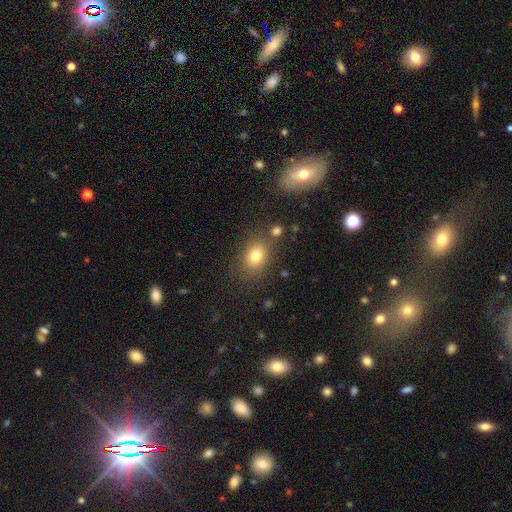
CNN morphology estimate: Smooth or featured: smooth — 79% (star or artifact — 12%)
How rounded: in between — 61% (round — 38%)
Merging: none — 77% (minor disturbance — 12%)